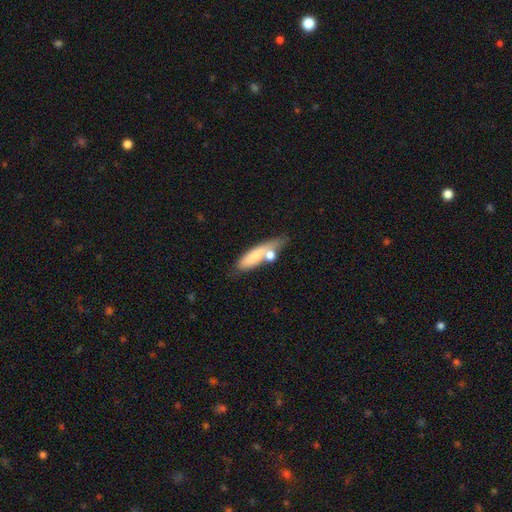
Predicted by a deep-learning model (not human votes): smooth_or_featured: smooth (p=0.73) [alt: featured or disk p=0.21]
how_rounded: cigar-shaped (p=0.58) [alt: in between p=0.39]
merging: none (p=0.46) [alt: merger p=0.28]